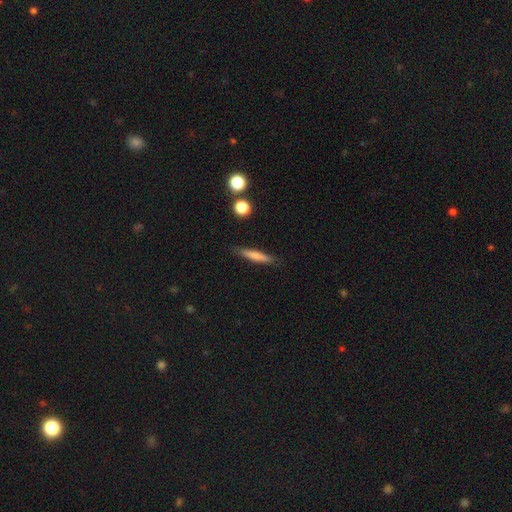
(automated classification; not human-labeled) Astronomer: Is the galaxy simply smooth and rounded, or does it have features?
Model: smooth — 69%.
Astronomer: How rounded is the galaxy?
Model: cigar-shaped — 89%.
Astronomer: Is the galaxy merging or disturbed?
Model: none — 85%.